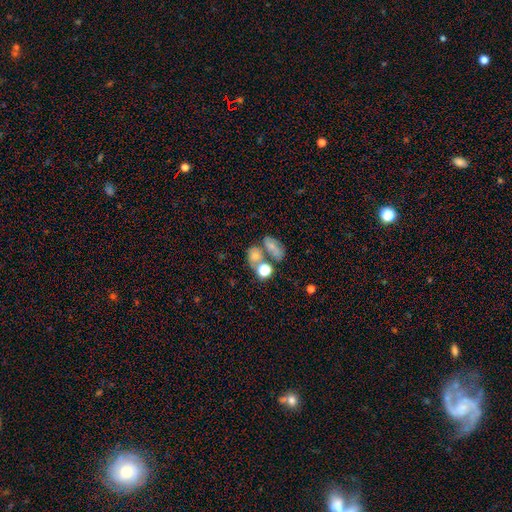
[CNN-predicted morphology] The model was most divided on "how rounded": round: 50%, in between: 49%, cigar-shaped: 2%. Remaining: smooth or featured — smooth (65%); merging — merger (47%).